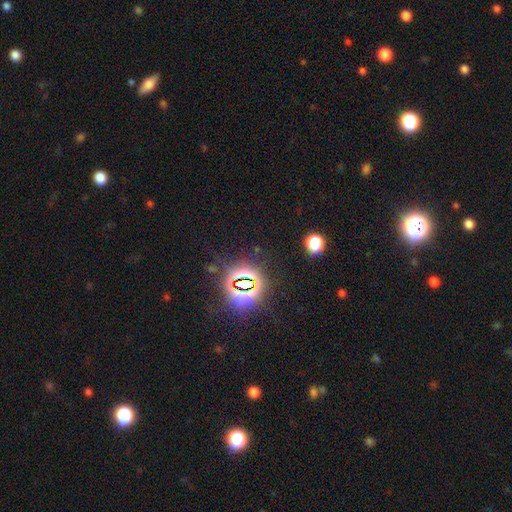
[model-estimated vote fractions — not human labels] Smooth or featured? Predicted: star or artifact (p=0.80).